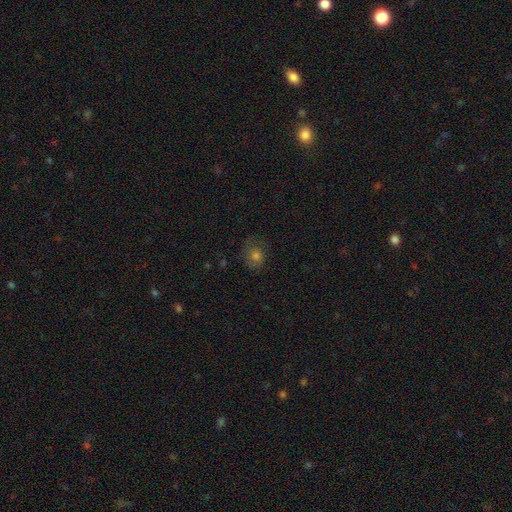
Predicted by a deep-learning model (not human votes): Smooth or featured? Predicted: smooth (p=0.63). How rounded? Predicted: round (p=0.70). Merging? Predicted: none (p=0.70).